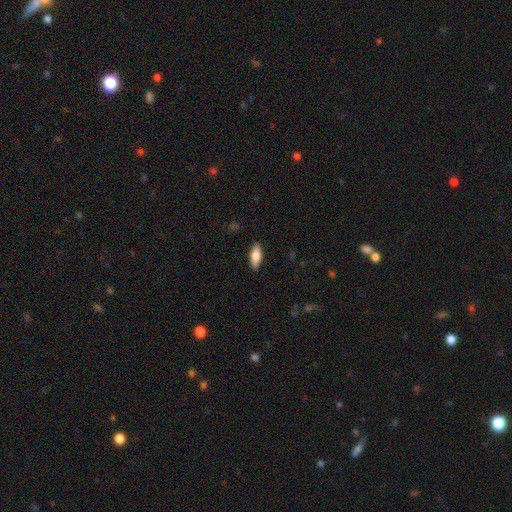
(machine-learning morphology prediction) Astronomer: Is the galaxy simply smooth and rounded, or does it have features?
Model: smooth — 73%.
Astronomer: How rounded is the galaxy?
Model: in between — 72%.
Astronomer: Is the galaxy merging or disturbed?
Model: none — 88%.